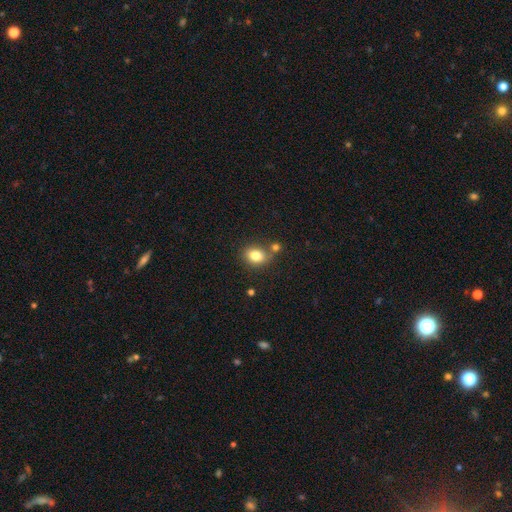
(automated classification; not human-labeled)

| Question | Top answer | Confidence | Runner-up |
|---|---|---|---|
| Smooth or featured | smooth | 80% | star or artifact (10%) |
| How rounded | in between | 53% | round (46%) |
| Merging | none | 62% | merger (20%) |